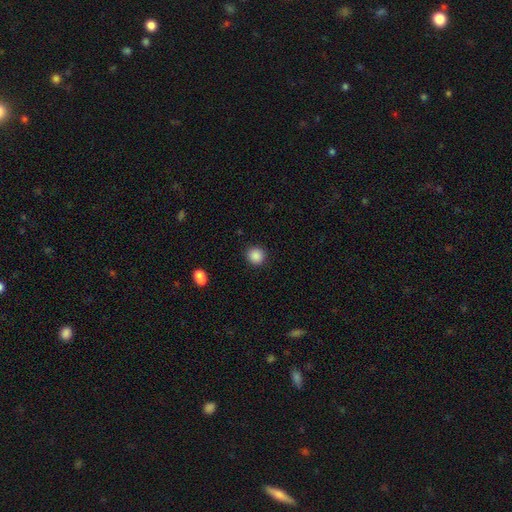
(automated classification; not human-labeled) smooth_or_featured: smooth (p=0.88) [alt: star or artifact p=0.09]
how_rounded: round (p=0.91) [alt: in between p=0.08]
merging: none (p=0.90) [alt: minor disturbance p=0.06]